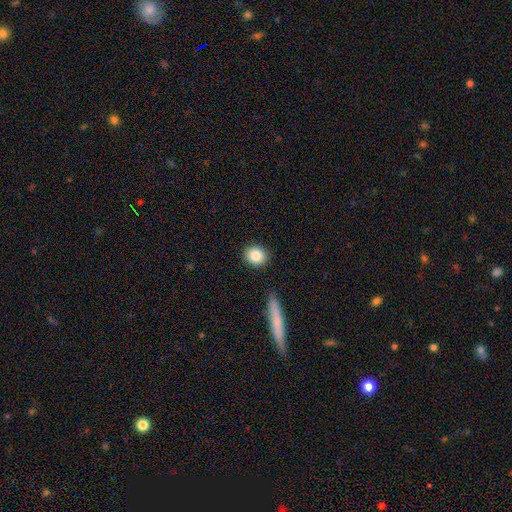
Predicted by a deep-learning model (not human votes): Smooth or featured? smooth (86%)
How rounded? round (75%)
Merging? none (88%)